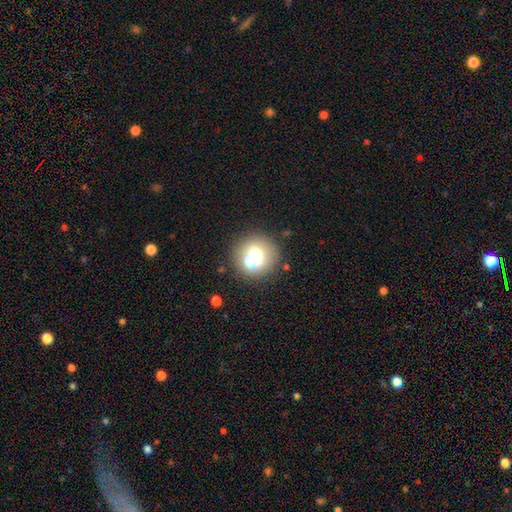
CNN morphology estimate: Smooth or featured? Predicted: smooth (p=0.60). How rounded? Predicted: round (p=0.89). Merging? Predicted: none (p=0.59).